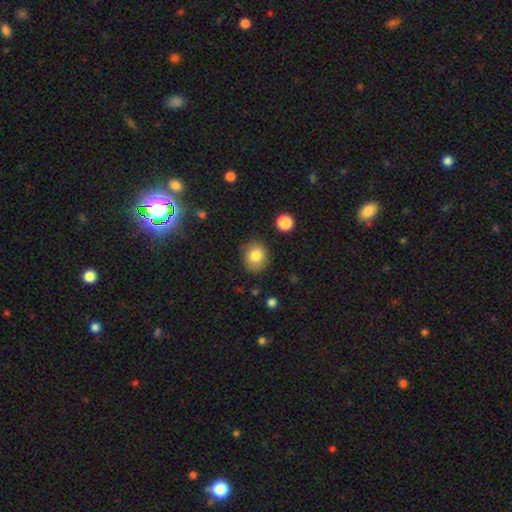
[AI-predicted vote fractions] Smooth or featured? Predicted: smooth (p=0.82). How rounded? Predicted: round (p=0.77). Merging? Predicted: none (p=0.84).